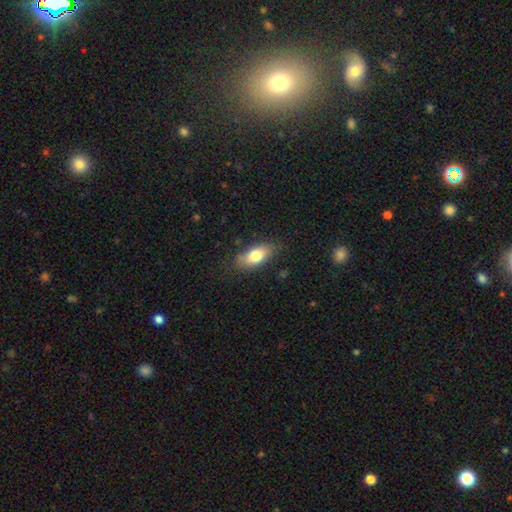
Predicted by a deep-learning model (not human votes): Morphology: type=smooth (77%); roundness=in between (85%); merging=none (77%).